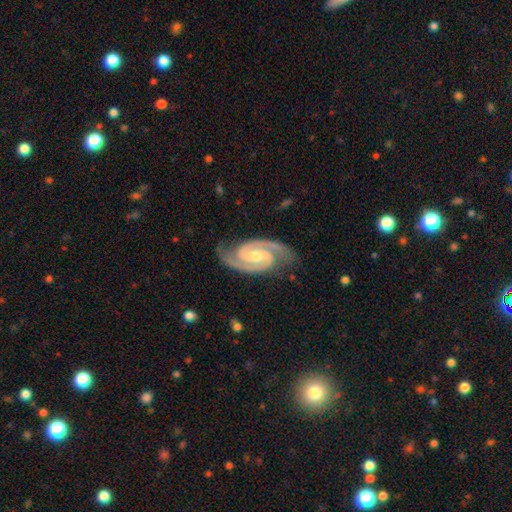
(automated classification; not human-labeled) Q: Smooth or featured?
A: featured or disk (94%); runner-up: star or artifact (3%)
Q: Edge-on disk?
A: no (98%); runner-up: yes (2%)
Q: Bar?
A: weak (44%); runner-up: no (30%)
Q: Spiral arms?
A: yes (99%); runner-up: no (1%)
Q: Spiral winding?
A: tight (49%); runner-up: medium (46%)
Q: Spiral arm count?
A: 2 (94%); runner-up: 3 (2%)
Q: Bulge size?
A: small (50%); runner-up: moderate (46%)
Q: Merging?
A: none (84%); runner-up: minor disturbance (13%)